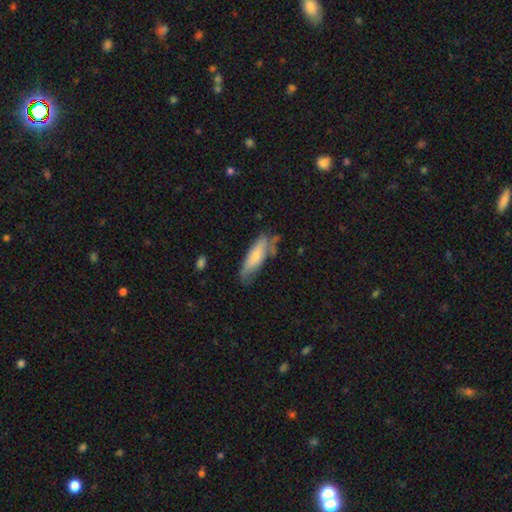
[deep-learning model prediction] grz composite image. It shows a smooth galaxy with no disk features (68%) that is cigar-shaped (55%). Merging: none (53%).